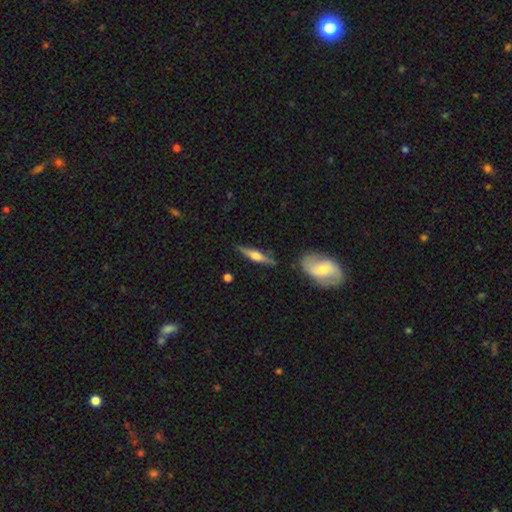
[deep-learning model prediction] This is likely a featured or disk galaxy (69%). It is clearly viewed edge-on (96%). Edge-on bulge: clearly rounded (88%). Merging: clearly none (83%).